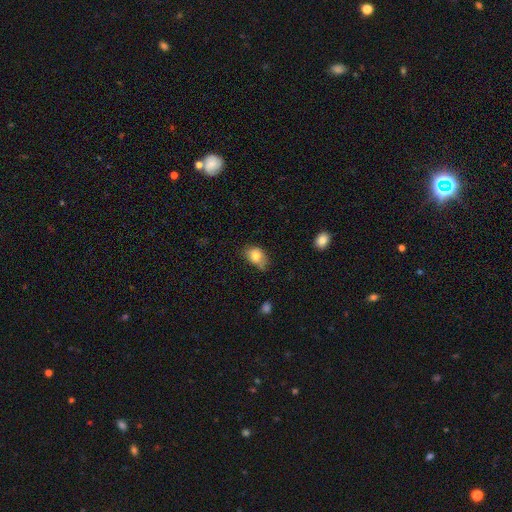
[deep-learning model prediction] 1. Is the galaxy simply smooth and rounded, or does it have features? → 80% smooth, 12% featured or disk, 9% star or artifact.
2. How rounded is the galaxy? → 76% in between, 23% round, 1% cigar-shaped.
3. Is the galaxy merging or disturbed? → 47% none, 40% minor disturbance, 10% major disturbance, 3% merger.